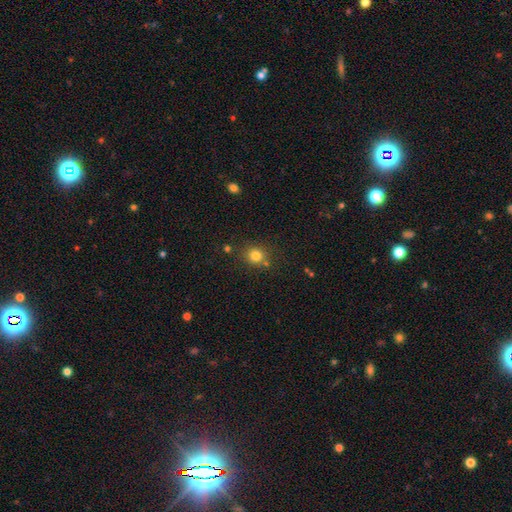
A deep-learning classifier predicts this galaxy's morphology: This appears to be a smooth galaxy with no disk features (80%) that is round (84%). Merging: none (77%).